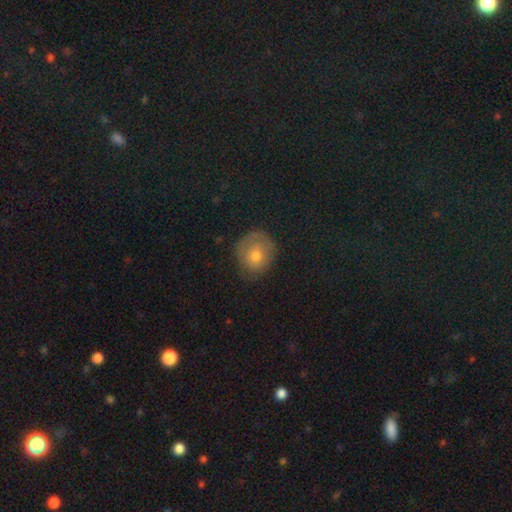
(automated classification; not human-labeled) This appears to be a smooth galaxy with no disk features (63%) that is round (82%). Merging: none (68%).